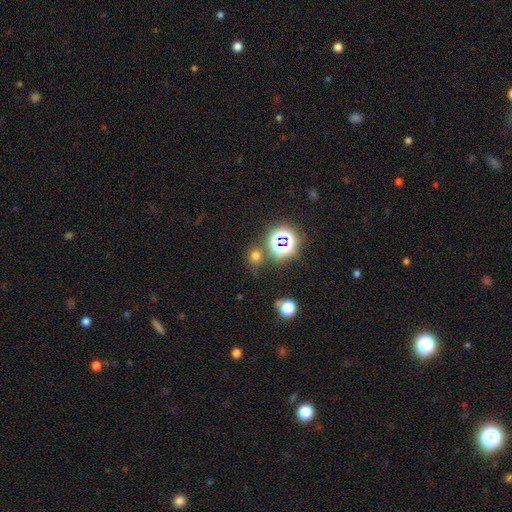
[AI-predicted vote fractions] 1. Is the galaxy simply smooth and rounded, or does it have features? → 61% smooth, 32% star or artifact, 7% featured or disk.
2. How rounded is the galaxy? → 77% round, 22% in between, 1% cigar-shaped.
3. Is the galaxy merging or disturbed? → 73% none, 12% minor disturbance, 9% merger, 5% major disturbance.